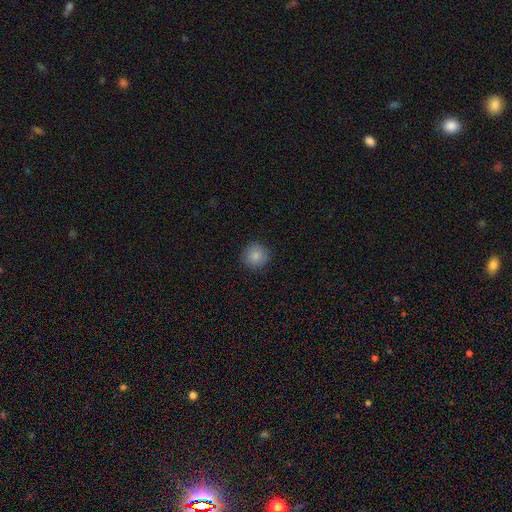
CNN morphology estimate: Smooth or featured: smooth — 85% (star or artifact — 9%)
How rounded: round — 94% (in between — 5%)
Merging: none — 90% (minor disturbance — 7%)